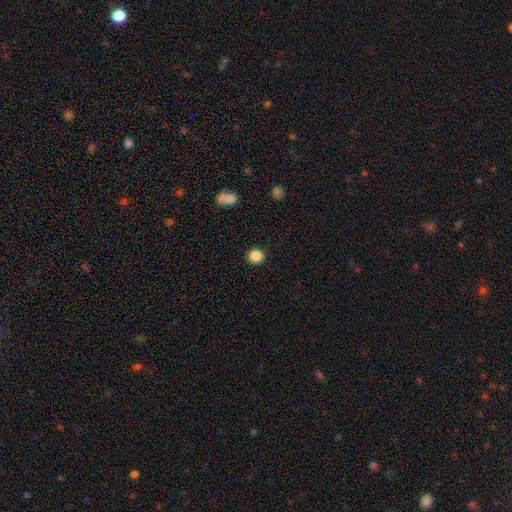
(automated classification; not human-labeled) Smooth or featured?
  - smooth: 87% *
  - star or artifact: 10%
  - featured or disk: 4%
How rounded?
  - round: 87% *
  - in between: 12%
  - cigar-shaped: 1%
Merging?
  - none: 91% *
  - minor disturbance: 6%
  - major disturbance: 2%
  - merger: 1%